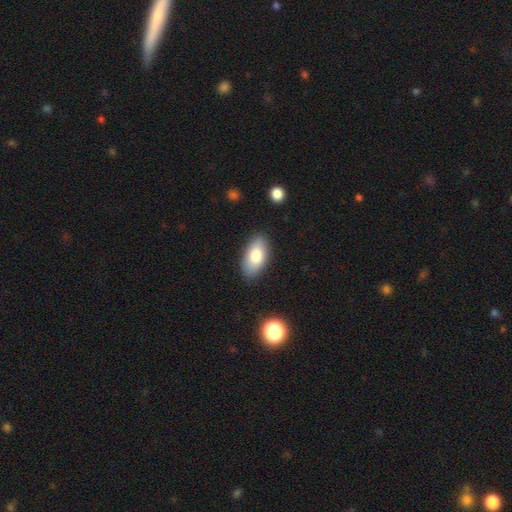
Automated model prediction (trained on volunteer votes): smooth 80%, featured or disk 13%, star or artifact 7%. Down the decision tree: how rounded — in between (93%); merging — none (86%).